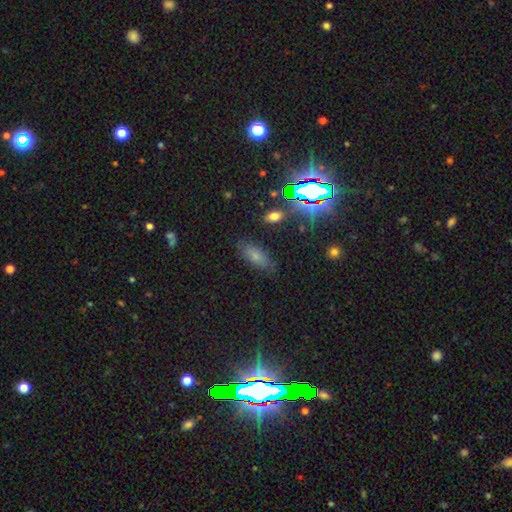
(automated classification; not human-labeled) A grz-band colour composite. It shows a smooth galaxy with no disk features (68%) that is in between round and cigar-shaped (77%). Merging: none (79%).